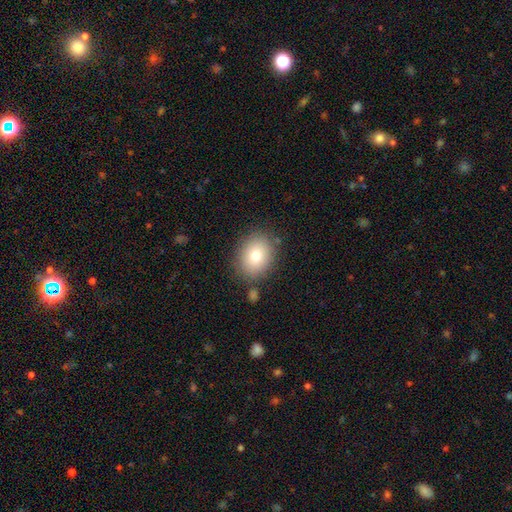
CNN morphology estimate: type=smooth (78%); roundness=in between (52%); merging=none (82%).